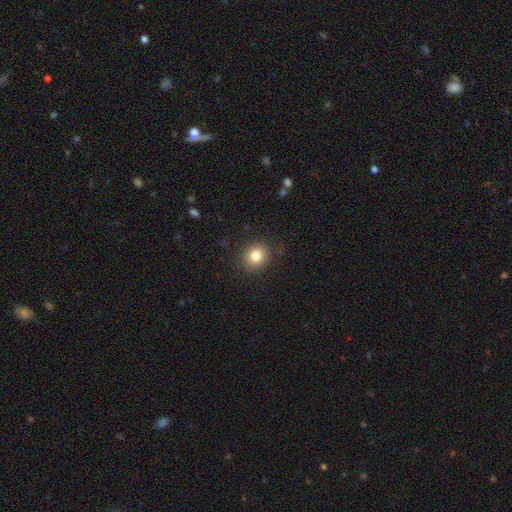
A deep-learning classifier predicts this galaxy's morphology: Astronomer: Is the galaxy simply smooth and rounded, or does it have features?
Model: smooth — 82%.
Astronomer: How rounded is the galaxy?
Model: round — 71%.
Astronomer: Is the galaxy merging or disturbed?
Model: none — 87%.